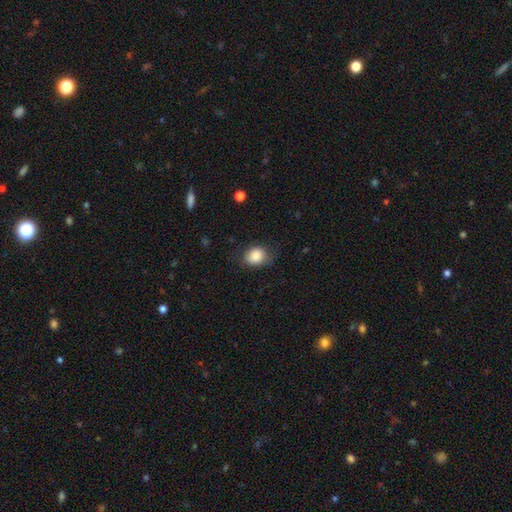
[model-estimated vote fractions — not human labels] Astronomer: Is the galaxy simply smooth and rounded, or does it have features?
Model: smooth — 84%.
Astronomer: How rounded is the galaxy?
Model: round — 58% (runner-up: in between, 41%).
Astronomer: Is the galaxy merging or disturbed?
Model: none — 72%.